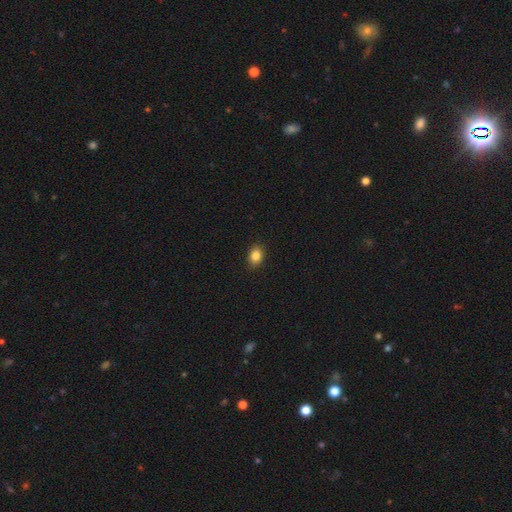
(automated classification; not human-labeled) This is clearly a smooth galaxy (85%). How rounded: likely in between (67%). Merging: clearly none (89%).